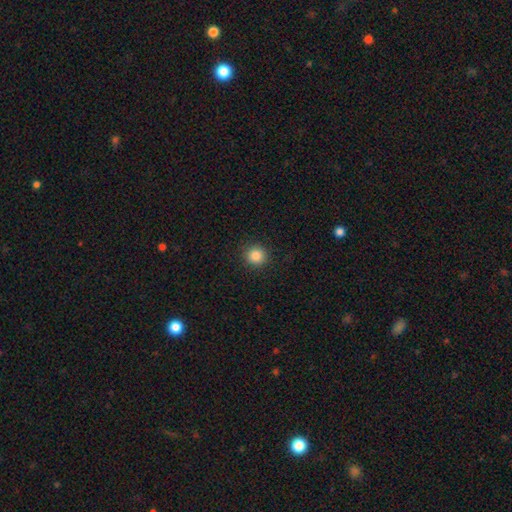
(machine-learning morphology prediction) smooth 86%, star or artifact 11%, featured or disk 4%. Down the decision tree: how rounded — round (93%); merging — none (92%).